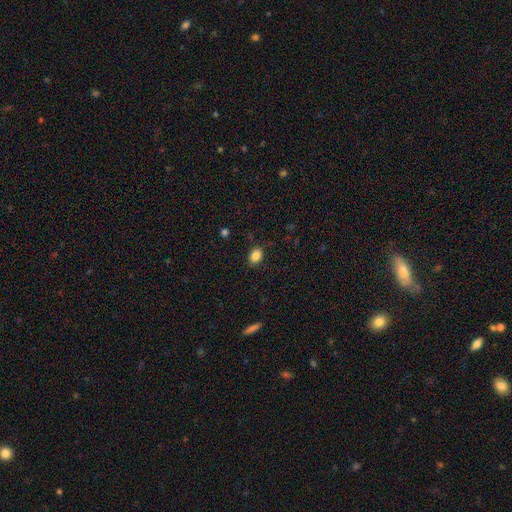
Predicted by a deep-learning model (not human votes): Smooth or featured? Predicted: smooth (p=0.85). How rounded? Predicted: in between (p=0.73). Merging? Predicted: none (p=0.83).